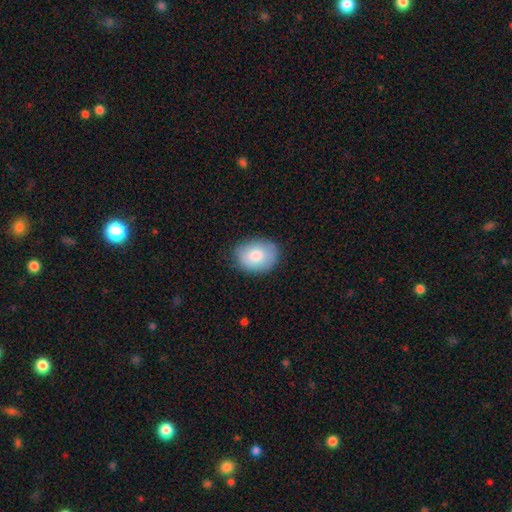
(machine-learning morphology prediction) Smooth or featured: smooth — 81% (featured or disk — 12%)
How rounded: in between — 68% (round — 31%)
Merging: none — 80% (minor disturbance — 16%)